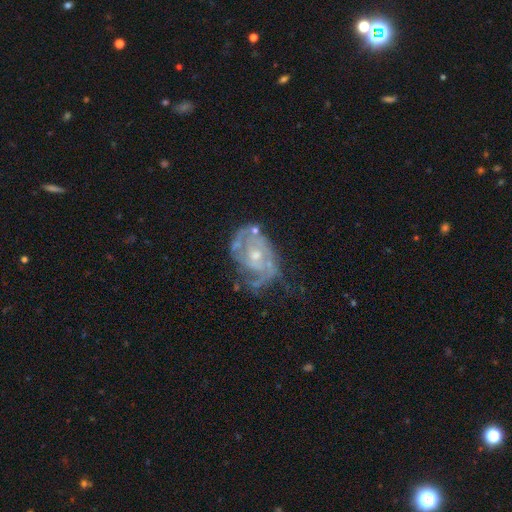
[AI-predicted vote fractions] Smooth or featured? featured or disk (84%)
Edge-on disk? no (97%)
Bar? no (71%)
Spiral arms? yes (87%)
Spiral winding? tight (54%)
Spiral arm count? 2 (39%)
Bulge size? small (49%)
Merging? none (51%)